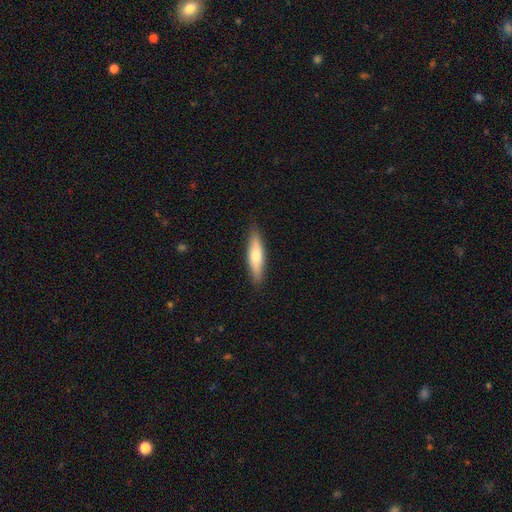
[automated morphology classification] Overall: smooth (63%; featured or disk 31%). How rounded: cigar-shaped (73%). Merging: none (88%).